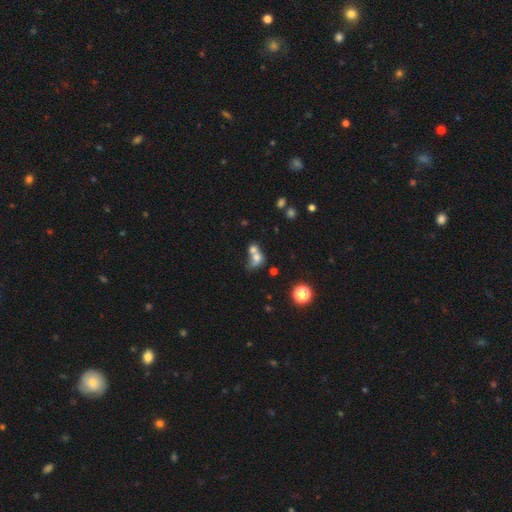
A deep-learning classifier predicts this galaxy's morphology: type=smooth (65%); roundness=round (53%); merging=merger (68%).